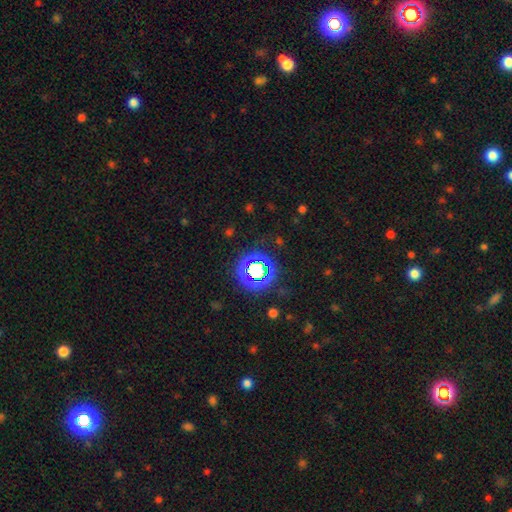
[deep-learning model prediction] smooth_or_featured: star or artifact (p=0.75) [alt: smooth p=0.17]